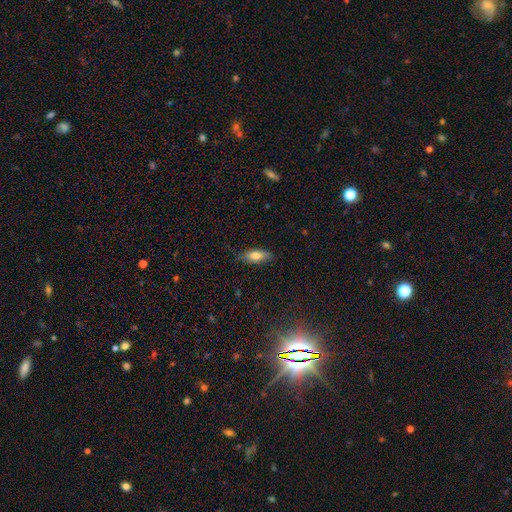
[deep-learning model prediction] smooth-or-featured: smooth: 76% | featured or disk: 16% | star or artifact: 7%
  how-rounded: in between: 76% | cigar-shaped: 21% | round: 3%
  merging: none: 81% | minor disturbance: 15% | major disturbance: 2% | merger: 1%